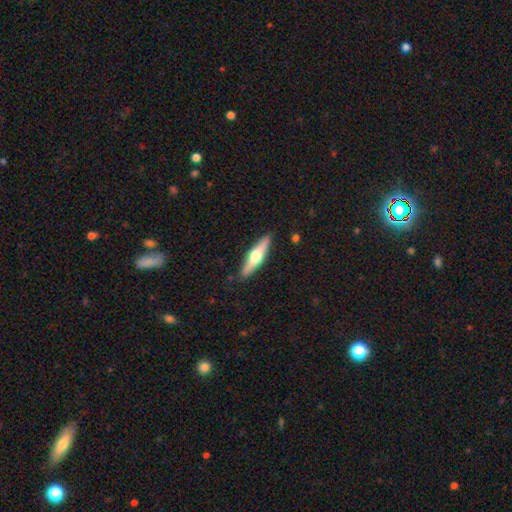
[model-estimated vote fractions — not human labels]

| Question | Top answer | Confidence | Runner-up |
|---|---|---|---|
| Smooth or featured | featured or disk | 54% | smooth (40%) |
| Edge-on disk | yes | 93% | no (7%) |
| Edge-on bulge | rounded | 94% | boxy (3%) |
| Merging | none | 89% | minor disturbance (8%) |